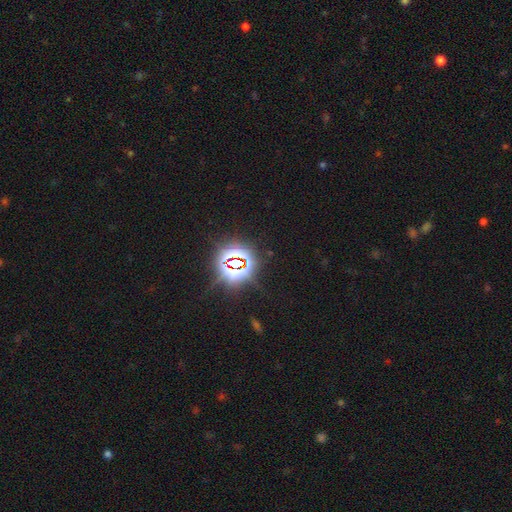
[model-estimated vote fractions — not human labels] Overall: star or artifact (79%).